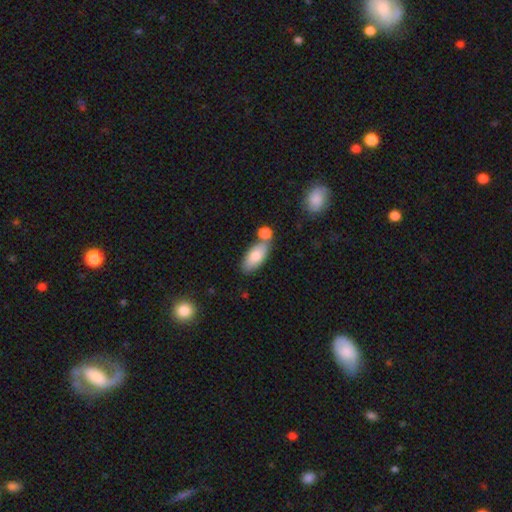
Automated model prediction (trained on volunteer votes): A smooth galaxy with no disk features (80%) that is in between round and cigar-shaped (87%). Merging: none (58%).